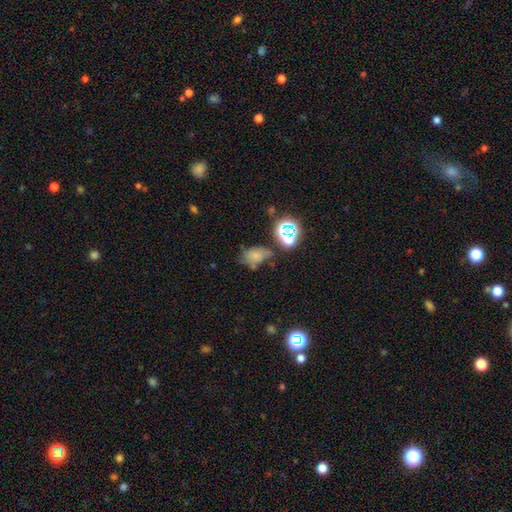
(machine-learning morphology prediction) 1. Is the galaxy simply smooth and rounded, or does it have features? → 58% smooth, 25% star or artifact, 17% featured or disk.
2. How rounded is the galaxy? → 75% in between, 23% round, 2% cigar-shaped.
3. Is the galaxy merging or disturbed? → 37% none, 28% minor disturbance, 19% major disturbance, 16% merger.